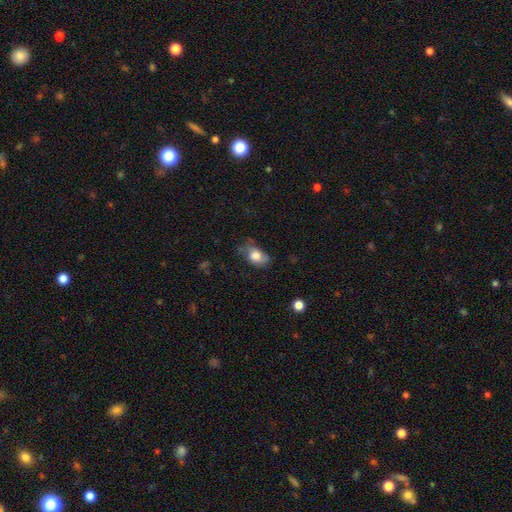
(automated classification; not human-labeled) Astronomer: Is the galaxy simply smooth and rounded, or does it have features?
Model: smooth — 75%.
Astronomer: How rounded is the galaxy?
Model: in between — 78%.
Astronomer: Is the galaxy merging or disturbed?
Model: none — 45% (runner-up: minor disturbance, 35%).